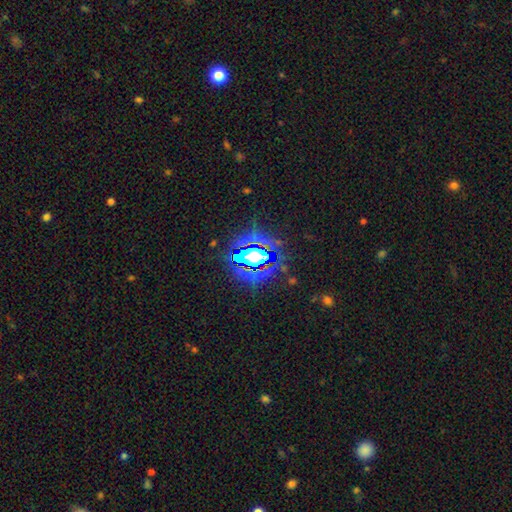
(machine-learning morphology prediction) Smooth or featured?
  - star or artifact: 83% *
  - smooth: 10%
  - featured or disk: 7%